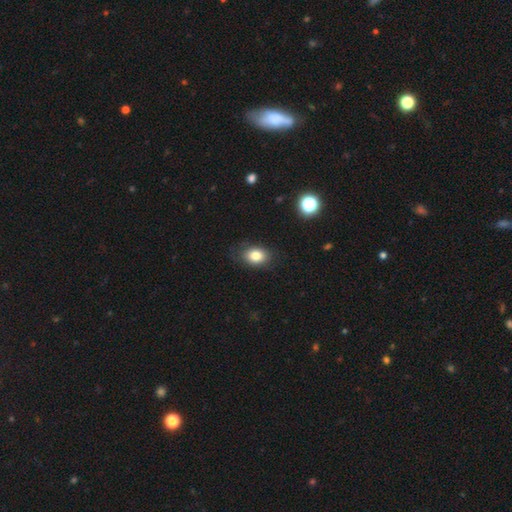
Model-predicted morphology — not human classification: Q: Smooth or featured?
A: smooth (81%); runner-up: star or artifact (10%)
Q: How rounded?
A: in between (73%); runner-up: round (26%)
Q: Merging?
A: none (80%); runner-up: minor disturbance (15%)